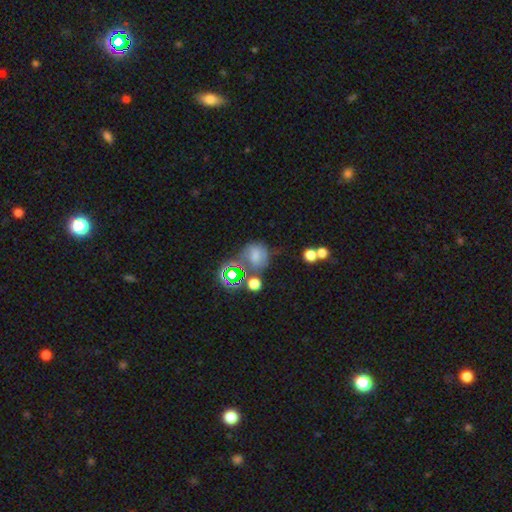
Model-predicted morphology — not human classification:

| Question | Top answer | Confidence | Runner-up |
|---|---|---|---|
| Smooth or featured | smooth | 53% | star or artifact (24%) |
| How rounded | round | 75% | in between (24%) |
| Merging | none | 50% | minor disturbance (21%) |